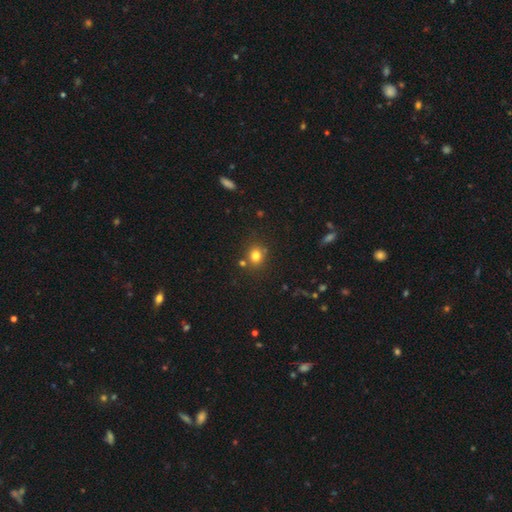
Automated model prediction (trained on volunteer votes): A smooth galaxy with no disk features (78%) that is round (77%).

Vote fractions:
- Smooth or featured? smooth: 78% / star or artifact: 15% / featured or disk: 7%
- How rounded? round: 77% / in between: 22% / cigar-shaped: 1%
- Merging? none: 76% / minor disturbance: 10% / merger: 10% / major disturbance: 3%